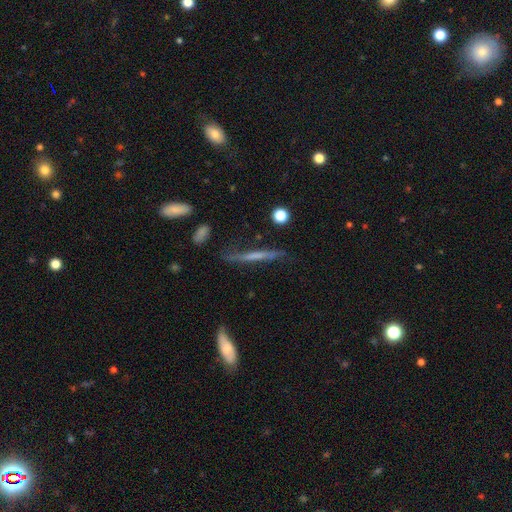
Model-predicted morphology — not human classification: Smooth or featured: featured or disk — 58% (smooth — 33%)
Edge-on disk: yes — 86% (no — 14%)
Merging: none — 75% (minor disturbance — 17%)